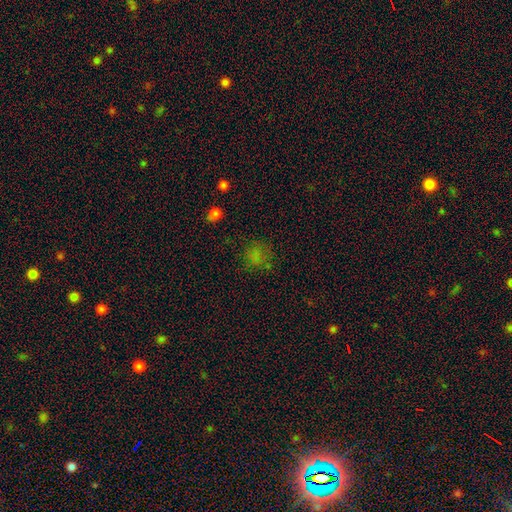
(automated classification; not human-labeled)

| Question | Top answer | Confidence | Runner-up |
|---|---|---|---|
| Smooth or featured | smooth | 68% | star or artifact (24%) |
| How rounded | round | 78% | in between (21%) |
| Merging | none | 70% | minor disturbance (18%) |